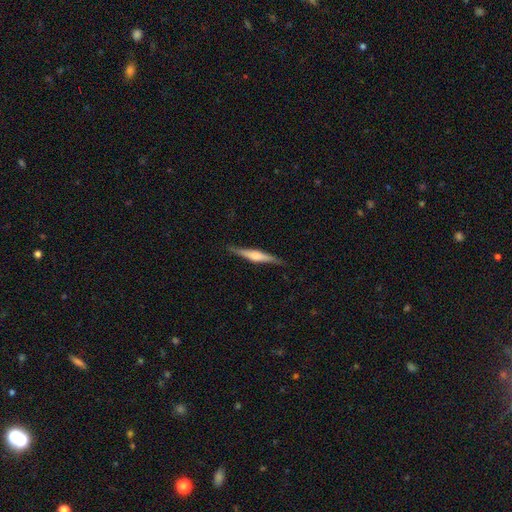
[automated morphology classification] Smooth or featured?
  - featured or disk: 65% *
  - smooth: 30%
  - star or artifact: 6%
Edge-on disk?
  - yes: 97% *
  - no: 3%
Edge-on bulge?
  - rounded: 65% *
  - boxy: 26%
  - none: 10%
Merging?
  - none: 87% *
  - minor disturbance: 10%
  - major disturbance: 2%
  - merger: 1%